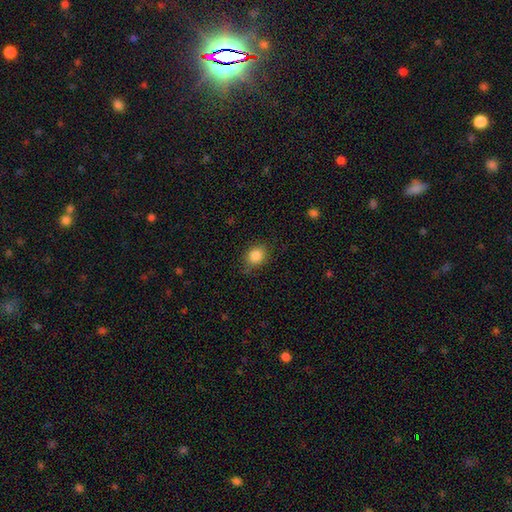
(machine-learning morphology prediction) Smooth or featured?
  - smooth: 86% *
  - star or artifact: 9%
  - featured or disk: 5%
How rounded?
  - round: 55% *
  - in between: 45%
  - cigar-shaped: 1%
Merging?
  - none: 80% *
  - minor disturbance: 15%
  - major disturbance: 4%
  - merger: 1%